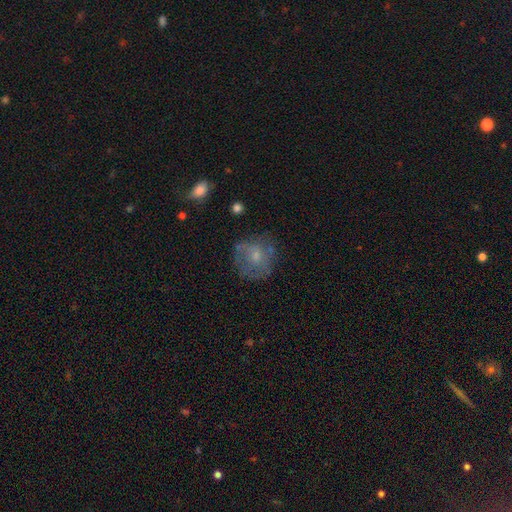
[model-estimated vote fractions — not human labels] Smooth or featured?
  - smooth: 53% *
  - featured or disk: 37%
  - star or artifact: 10%
How rounded?
  - round: 80% *
  - in between: 19%
  - cigar-shaped: 1%
Merging?
  - none: 60% *
  - minor disturbance: 23%
  - major disturbance: 14%
  - merger: 3%